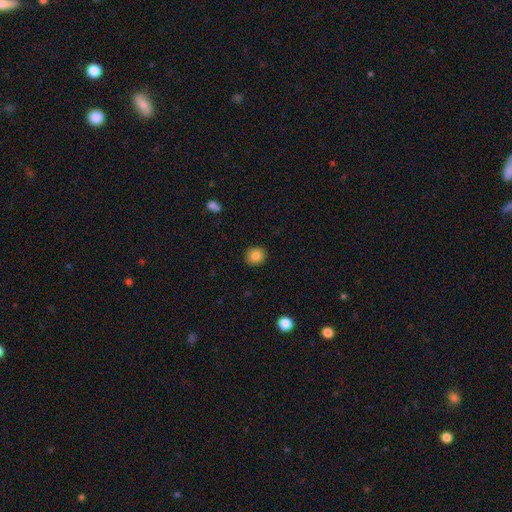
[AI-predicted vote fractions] Overall: smooth (84%). How rounded: round (79%). Merging: none (90%).